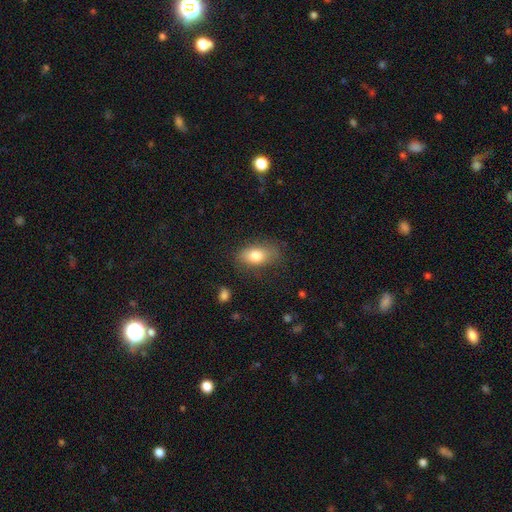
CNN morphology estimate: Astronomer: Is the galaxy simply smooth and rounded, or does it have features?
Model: smooth — 79%.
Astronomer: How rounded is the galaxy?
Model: in between — 89%.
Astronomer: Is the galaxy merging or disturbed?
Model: none — 73%.